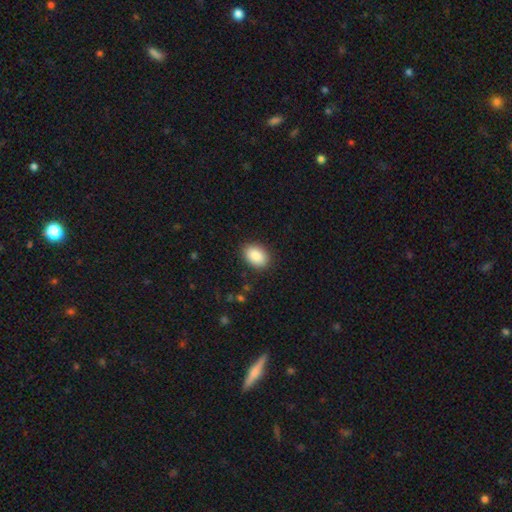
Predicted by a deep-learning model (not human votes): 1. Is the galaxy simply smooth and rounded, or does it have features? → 90% smooth, 7% star or artifact, 3% featured or disk.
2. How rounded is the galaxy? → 85% in between, 14% round, 1% cigar-shaped.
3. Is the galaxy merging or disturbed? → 88% none, 9% minor disturbance, 2% major disturbance, 1% merger.